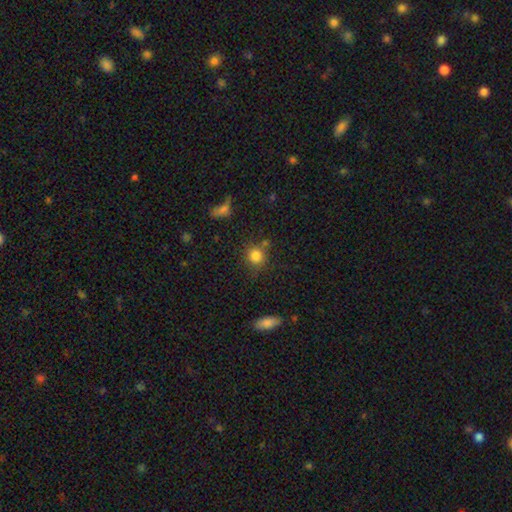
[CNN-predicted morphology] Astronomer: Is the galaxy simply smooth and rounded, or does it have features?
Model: smooth — 82%.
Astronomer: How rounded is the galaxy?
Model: round — 85%.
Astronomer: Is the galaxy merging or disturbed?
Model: none — 71%.